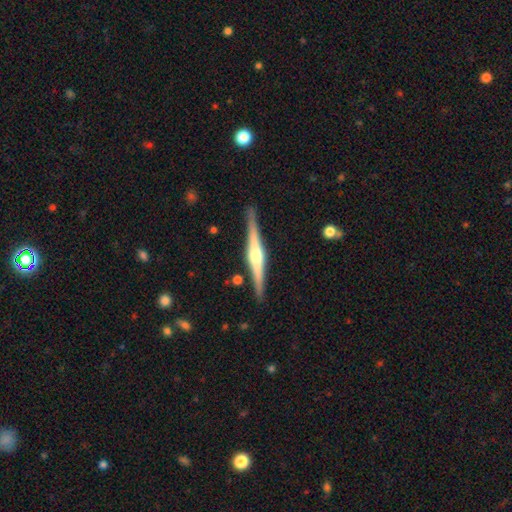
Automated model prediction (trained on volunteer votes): featured or disk 81%, smooth 14%, star or artifact 5%. Down the decision tree: edge-on disk — yes (98%); edge-on bulge — rounded (87%); merging — none (89%).